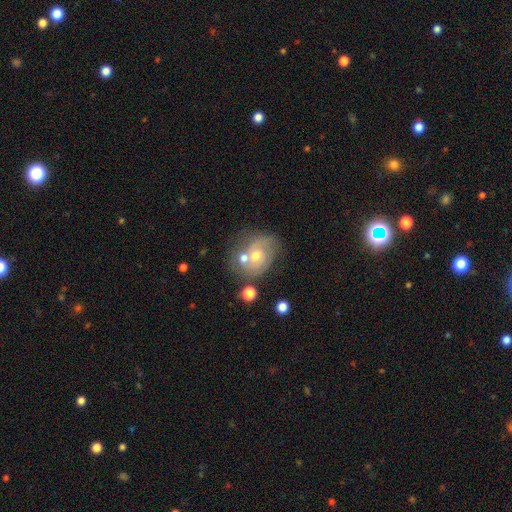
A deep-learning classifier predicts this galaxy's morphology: Q: Smooth or featured?
A: featured or disk (61%); runner-up: smooth (30%)
Q: Edge-on disk?
A: no (97%); runner-up: yes (3%)
Q: Bar?
A: no (75%); runner-up: weak (21%)
Q: Spiral arms?
A: yes (73%); runner-up: no (27%)
Q: Bulge size?
A: moderate (63%); runner-up: small (30%)
Q: Merging?
A: none (42%); runner-up: merger (31%)